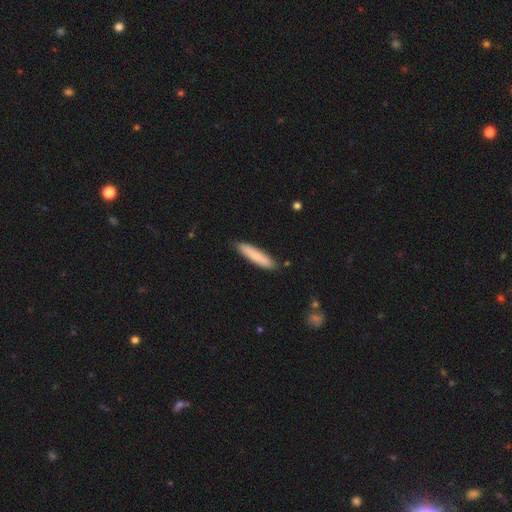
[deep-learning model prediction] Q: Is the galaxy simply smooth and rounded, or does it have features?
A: smooth — 80%.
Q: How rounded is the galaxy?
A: cigar-shaped — 85%.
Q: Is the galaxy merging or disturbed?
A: none — 87%.